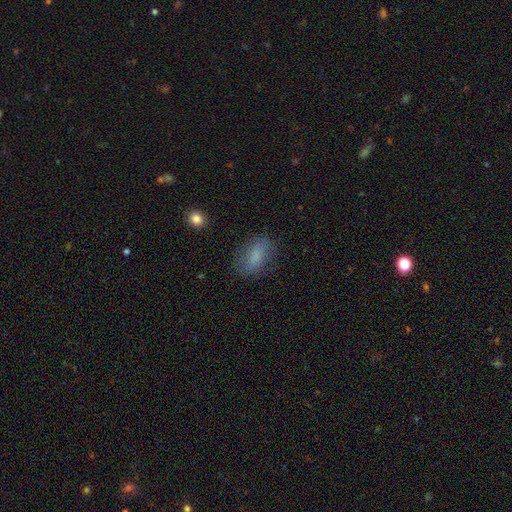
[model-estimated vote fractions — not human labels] Smooth or featured?
  - smooth: 75% *
  - featured or disk: 16%
  - star or artifact: 9%
How rounded?
  - in between: 84% *
  - round: 9%
  - cigar-shaped: 7%
Merging?
  - none: 76% *
  - minor disturbance: 16%
  - major disturbance: 6%
  - merger: 1%